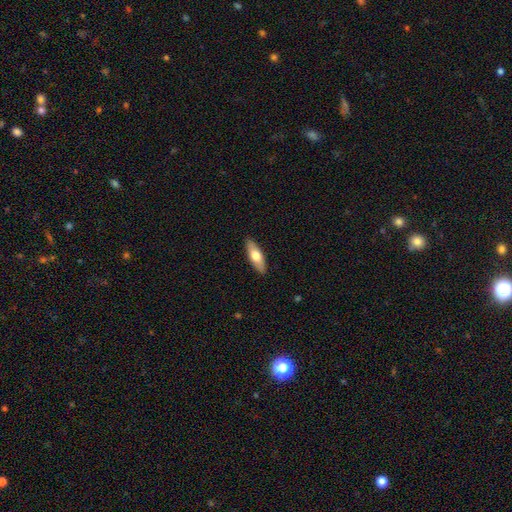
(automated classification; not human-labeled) smooth 66%, featured or disk 28%, star or artifact 5%. Down the decision tree: how rounded — in between (58%); merging — none (90%).